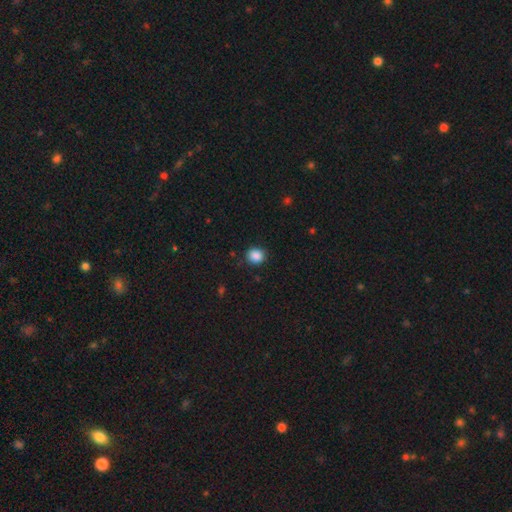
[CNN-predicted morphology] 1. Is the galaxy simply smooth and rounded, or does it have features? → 88% smooth, 10% star or artifact, 3% featured or disk.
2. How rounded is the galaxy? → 80% round, 19% in between, 1% cigar-shaped.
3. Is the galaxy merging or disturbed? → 88% none, 9% minor disturbance, 2% major disturbance, 1% merger.